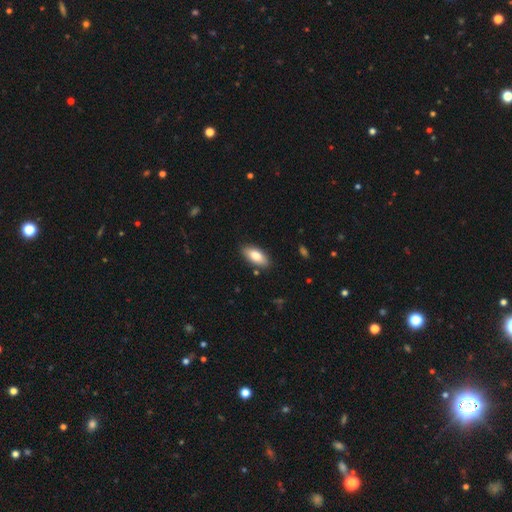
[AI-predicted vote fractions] This appears to be a smooth galaxy with no disk features (81%) that is in between round and cigar-shaped (88%). Merging: none (87%).